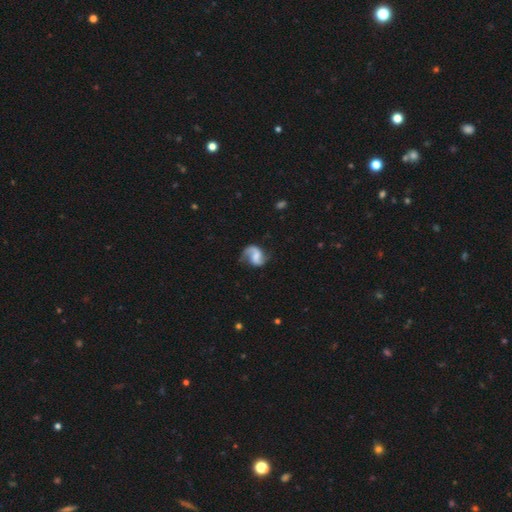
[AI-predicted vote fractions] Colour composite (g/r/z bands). It shows a featured or disk galaxy (81%) with a weak bar (46%), 2 (78%) loose (49%) spiral arms (96%) and no central bulge (38%). Merging: none (63%).